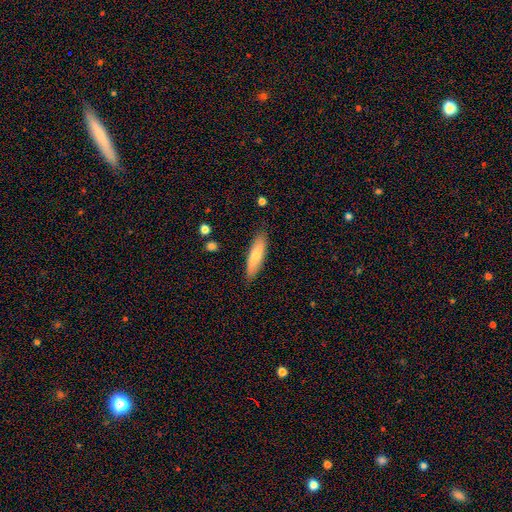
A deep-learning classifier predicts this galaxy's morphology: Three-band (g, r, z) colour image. It shows a smooth galaxy with no disk features (70%) that is cigar-shaped (68%). Merging: none (86%).